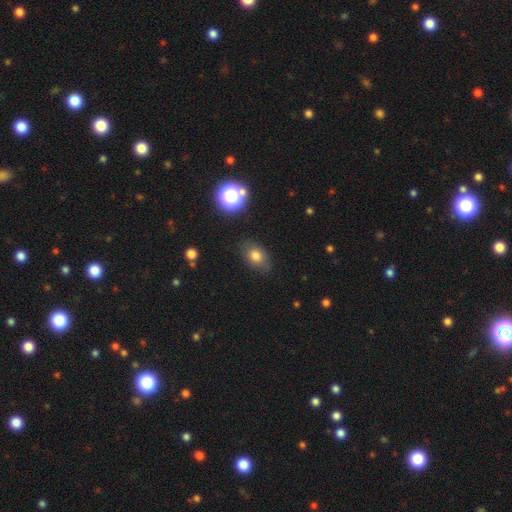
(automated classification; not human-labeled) Q: Smooth or featured?
A: smooth (76%); runner-up: star or artifact (13%)
Q: How rounded?
A: in between (74%); runner-up: round (24%)
Q: Merging?
A: none (81%); runner-up: minor disturbance (14%)